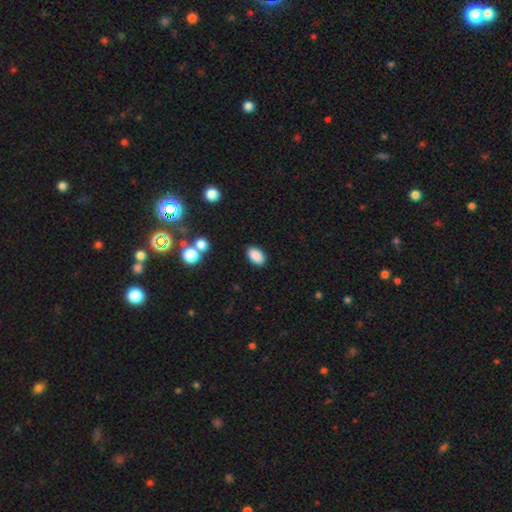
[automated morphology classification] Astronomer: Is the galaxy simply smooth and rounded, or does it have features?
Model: smooth — 88%.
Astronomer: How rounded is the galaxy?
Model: in between — 91%.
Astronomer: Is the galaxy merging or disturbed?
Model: none — 87%.